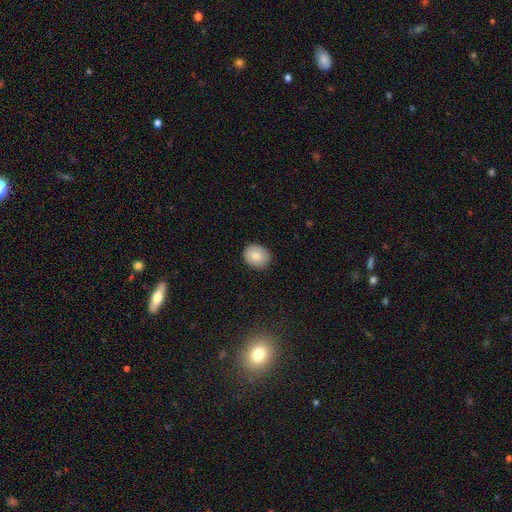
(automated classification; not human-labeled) Smooth or featured: smooth — 82% (featured or disk — 10%)
How rounded: round — 59% (in between — 40%)
Merging: none — 85% (minor disturbance — 12%)